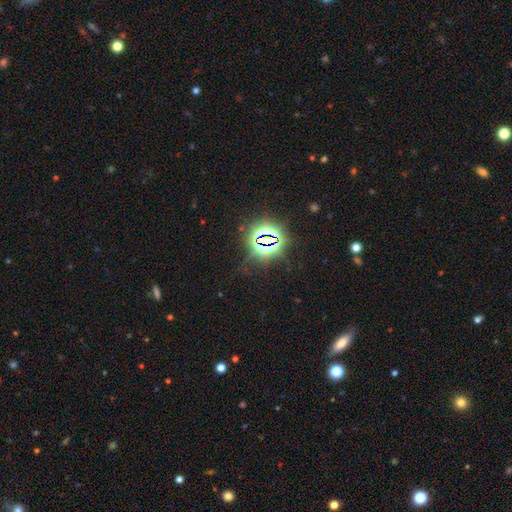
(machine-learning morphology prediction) A star or artifact, not a galaxy (81%).